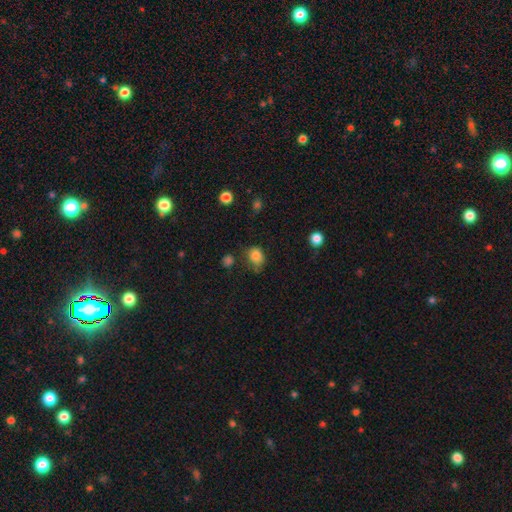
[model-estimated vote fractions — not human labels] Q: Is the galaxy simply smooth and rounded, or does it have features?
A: smooth — 82%.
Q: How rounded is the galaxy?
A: in between — 50%.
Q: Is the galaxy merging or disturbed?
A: none — 55%.